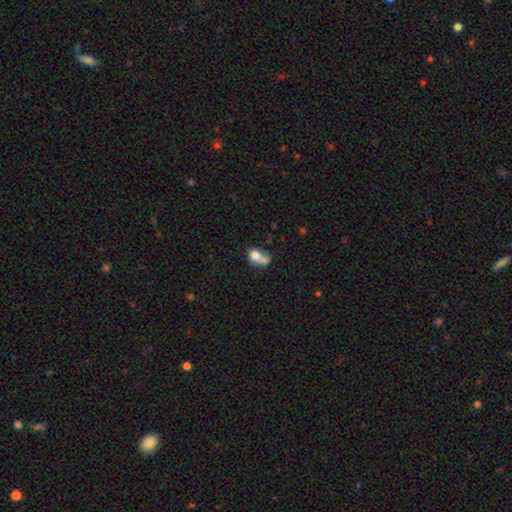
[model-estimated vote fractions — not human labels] Morphology: type=smooth (73%); roundness=round (59%); merging=merger (61%).